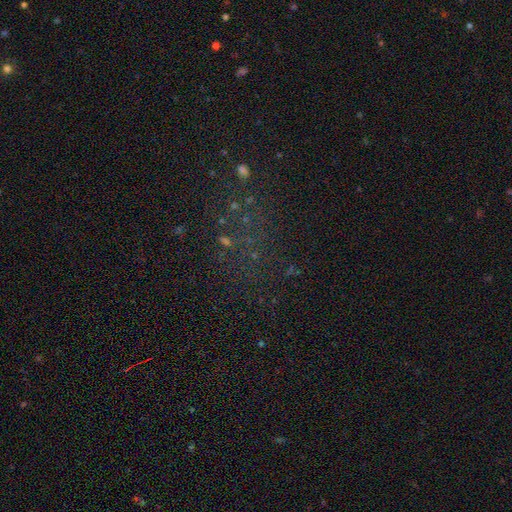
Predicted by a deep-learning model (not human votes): A star or artifact, not a galaxy (60%).

Vote fractions:
- Smooth or featured? star or artifact: 60% / smooth: 24% / featured or disk: 16%